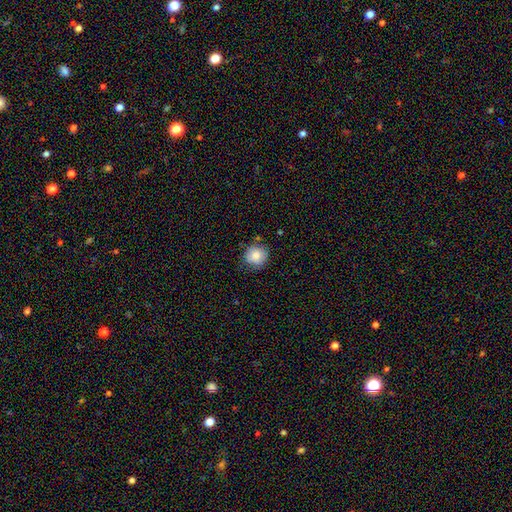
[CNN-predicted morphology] type=smooth (83%); roundness=round (90%); merging=none (78%).